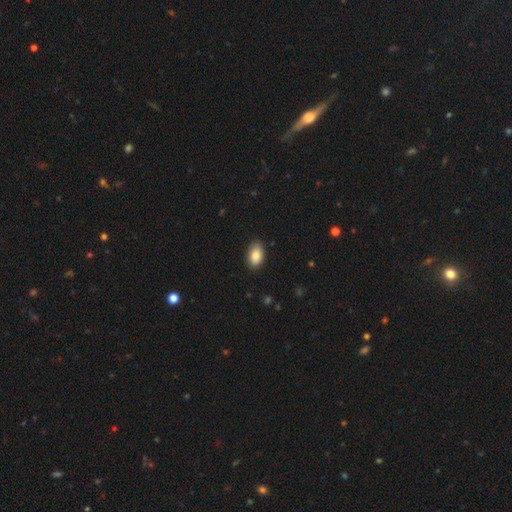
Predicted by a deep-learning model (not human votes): smooth 87%, star or artifact 7%, featured or disk 7%. Down the decision tree: how rounded — in between (92%); merging — none (86%).